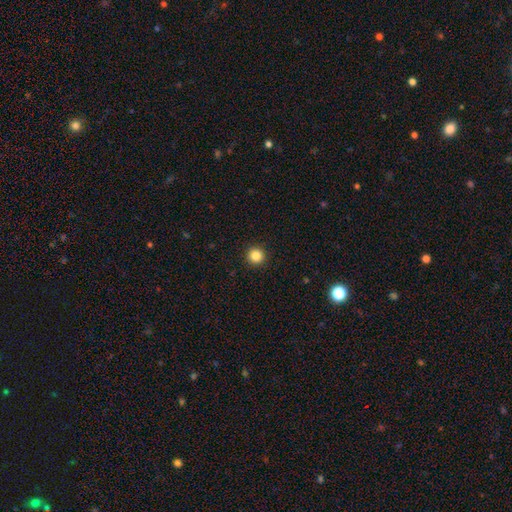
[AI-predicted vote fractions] smooth_or_featured: smooth (p=0.85) [alt: star or artifact p=0.11]
how_rounded: round (p=0.96) [alt: in between p=0.03]
merging: none (p=0.93) [alt: minor disturbance p=0.04]